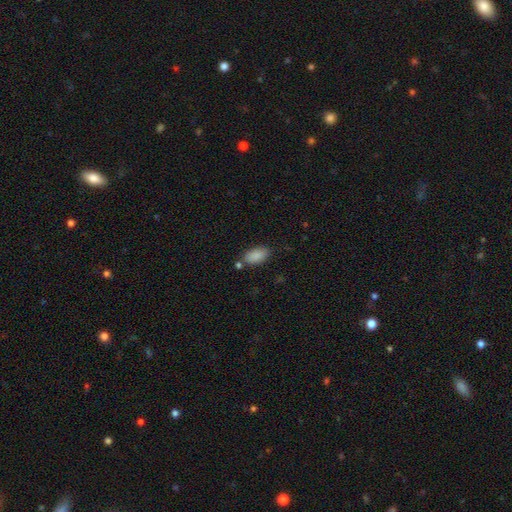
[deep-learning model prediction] A smooth galaxy with no disk features (88%) that is in between round and cigar-shaped (93%). Merging: none (73%).